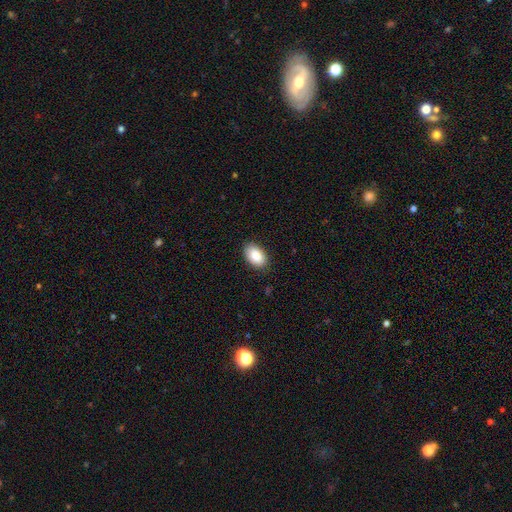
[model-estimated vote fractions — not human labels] The model was most divided on "merging": none: 86%, minor disturbance: 11%, major disturbance: 2%, merger: 1%. More confident: how rounded — in between (92%); smooth or featured — smooth (88%).